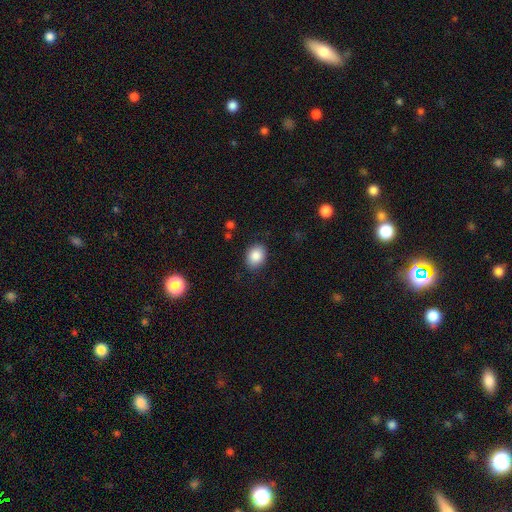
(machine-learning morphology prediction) smooth_or_featured: smooth (p=0.87) [alt: star or artifact p=0.08]
how_rounded: in between (p=0.59) [alt: round p=0.40]
merging: none (p=0.86) [alt: minor disturbance p=0.10]